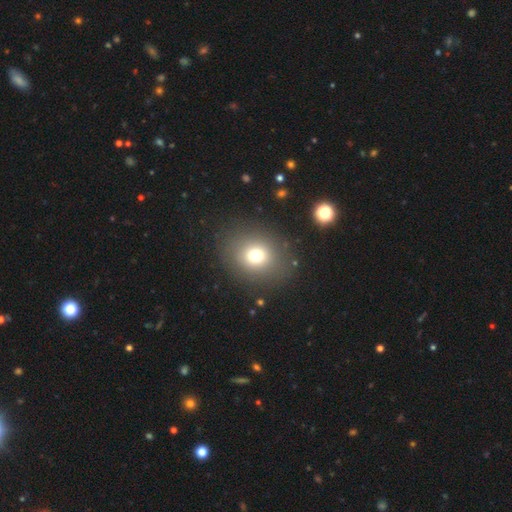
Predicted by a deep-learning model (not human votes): A smooth galaxy with no disk features (73%) that is round (66%). Merging: none (86%).